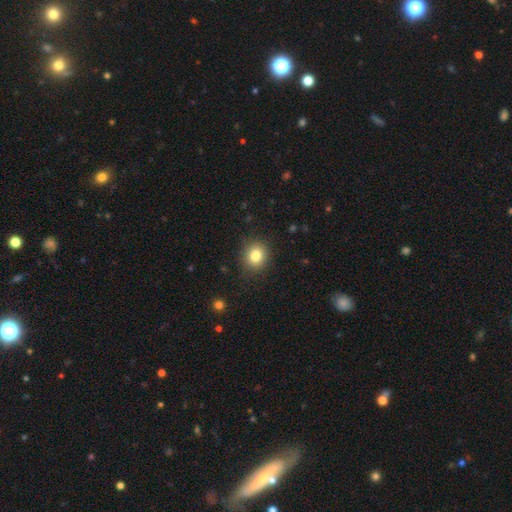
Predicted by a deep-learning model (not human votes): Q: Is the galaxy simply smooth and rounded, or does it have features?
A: smooth — 82%.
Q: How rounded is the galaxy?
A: round — 76%.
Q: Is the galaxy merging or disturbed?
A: none — 88%.